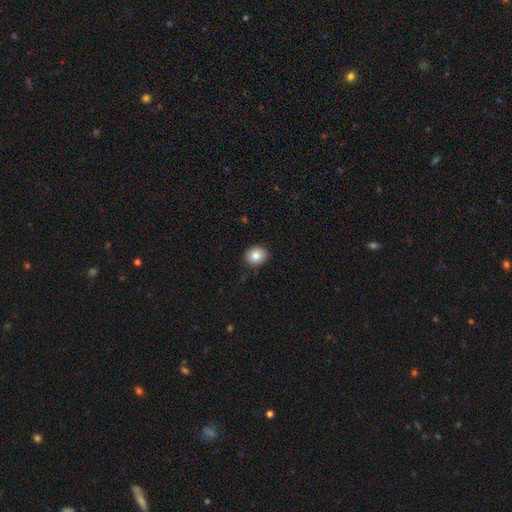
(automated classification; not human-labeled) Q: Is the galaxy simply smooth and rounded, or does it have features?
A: smooth — 83%.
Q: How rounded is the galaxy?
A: round — 74%.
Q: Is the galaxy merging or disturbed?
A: none — 88%.